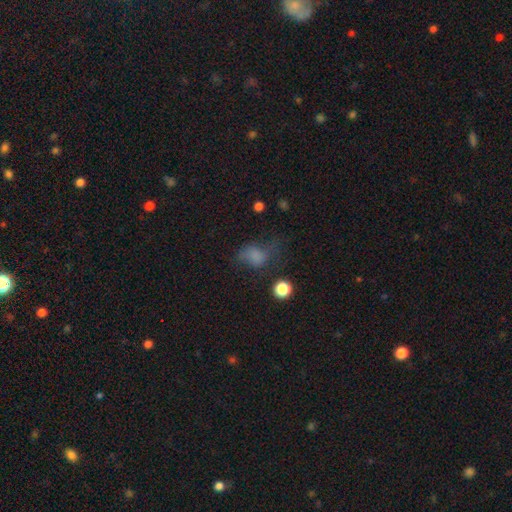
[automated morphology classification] This appears to be a smooth galaxy with no disk features (69%) that is in between round and cigar-shaped (63%). Merging: none (36%).